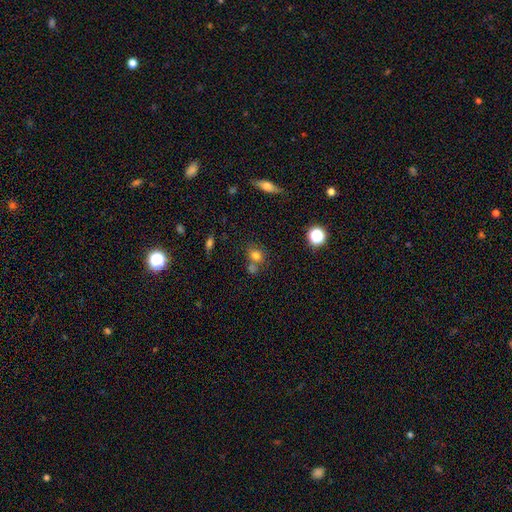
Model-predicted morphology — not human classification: smooth-or-featured: smooth: 73% | star or artifact: 16% | featured or disk: 11%
  how-rounded: round: 66% | in between: 32% | cigar-shaped: 1%
  merging: none: 53% | merger: 30% | minor disturbance: 12% | major disturbance: 5%